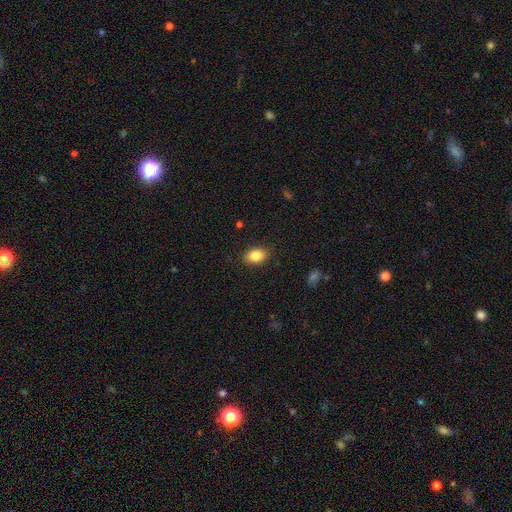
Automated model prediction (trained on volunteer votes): Q: Smooth or featured?
A: smooth (85%); runner-up: star or artifact (8%)
Q: How rounded?
A: in between (85%); runner-up: round (14%)
Q: Merging?
A: none (88%); runner-up: minor disturbance (9%)